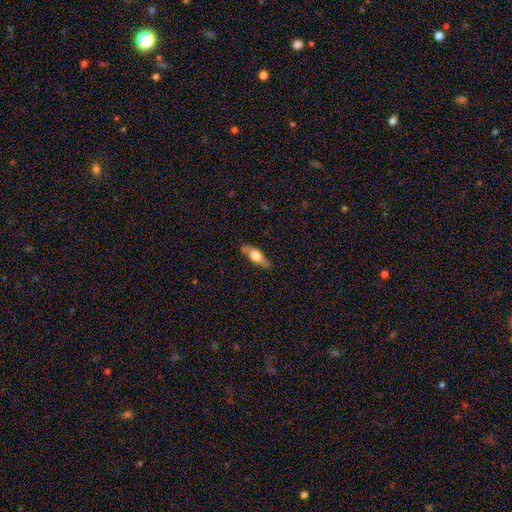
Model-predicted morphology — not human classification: smooth_or_featured: smooth (p=0.55) [alt: featured or disk p=0.39]
how_rounded: in between (p=0.53) [alt: cigar-shaped p=0.43]
merging: none (p=0.78) [alt: minor disturbance p=0.16]